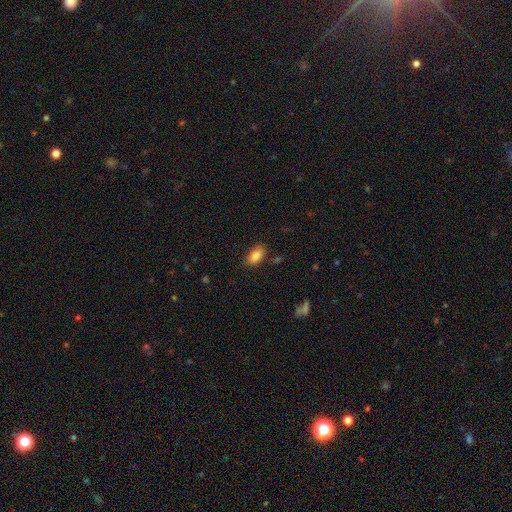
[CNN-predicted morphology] This appears to be a smooth galaxy with no disk features (84%) that is in between round and cigar-shaped (91%). Merging: none (81%).